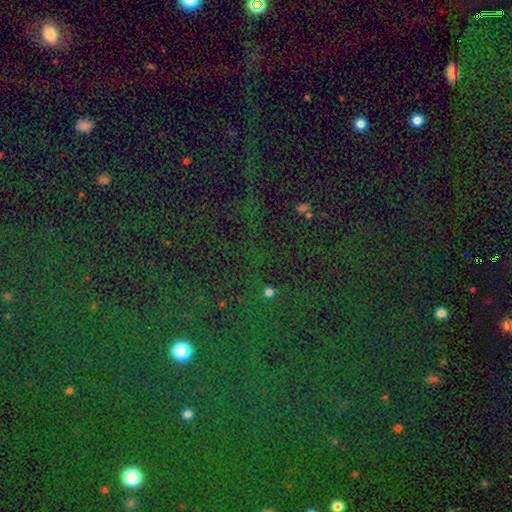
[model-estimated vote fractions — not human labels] star or artifact 80%, smooth 12%, featured or disk 8%.